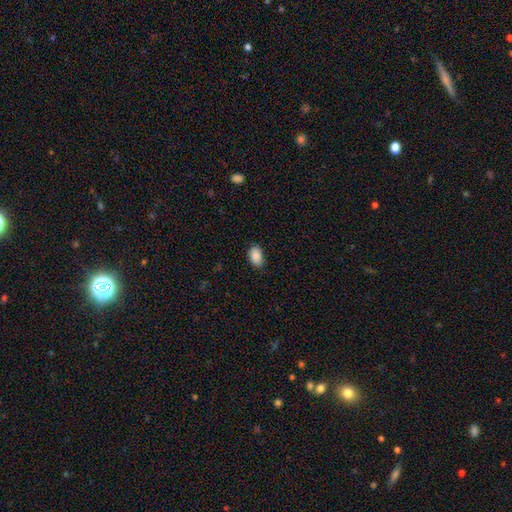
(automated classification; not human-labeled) smooth-or-featured: smooth: 89% | star or artifact: 7% | featured or disk: 4%
  how-rounded: in between: 91% | round: 8% | cigar-shaped: 1%
  merging: none: 80% | minor disturbance: 16% | major disturbance: 3% | merger: 1%